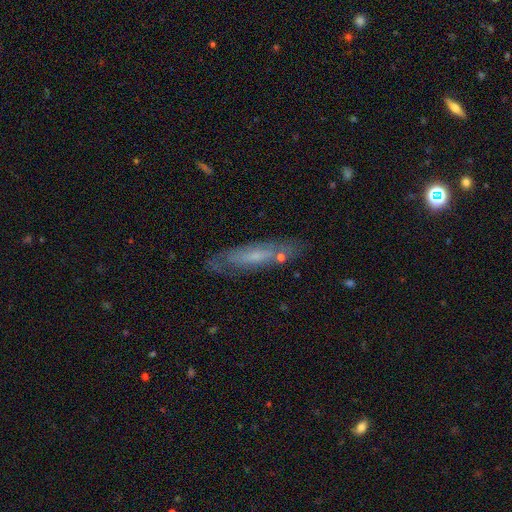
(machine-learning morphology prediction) type=featured or disk (52%); edge-on=no (53%); merging=none (74%).